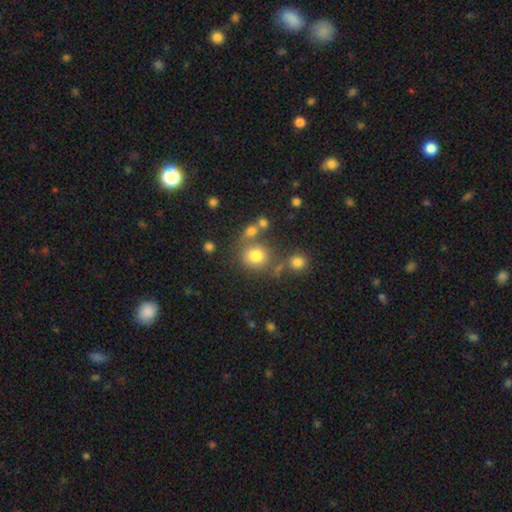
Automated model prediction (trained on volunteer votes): A smooth galaxy with no disk features (77%) that is round (84%).

Vote fractions:
- Smooth or featured? smooth: 77% / star or artifact: 15% / featured or disk: 9%
- How rounded? round: 84% / in between: 15% / cigar-shaped: 1%
- Merging? none: 62% / merger: 20% / minor disturbance: 12% / major disturbance: 6%